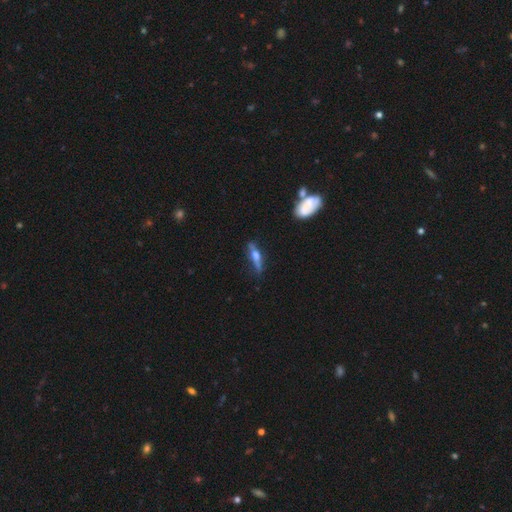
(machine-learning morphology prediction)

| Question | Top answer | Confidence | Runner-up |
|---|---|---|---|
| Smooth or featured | featured or disk | 58% | smooth (35%) |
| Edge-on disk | yes | 93% | no (7%) |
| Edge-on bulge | rounded | 85% | boxy (10%) |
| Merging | none | 72% | minor disturbance (20%) |